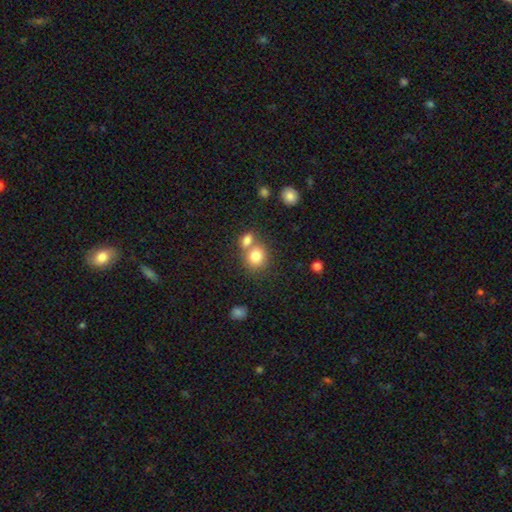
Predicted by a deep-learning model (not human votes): Smooth or featured: smooth — 80% (star or artifact — 10%)
How rounded: round — 75% (in between — 24%)
Merging: none — 47% (merger — 41%)